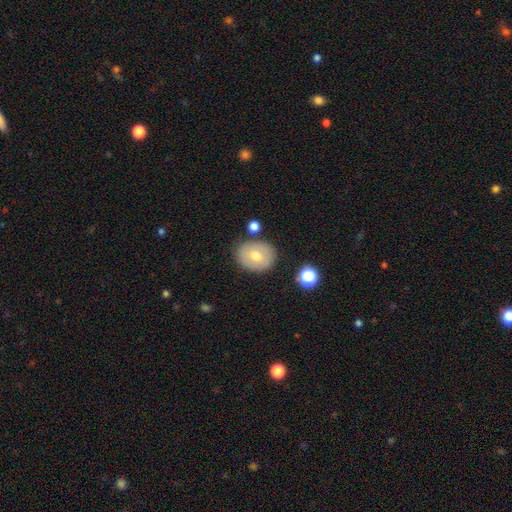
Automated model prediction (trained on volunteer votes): Q: Smooth or featured?
A: smooth (64%); runner-up: featured or disk (27%)
Q: How rounded?
A: round (57%); runner-up: in between (42%)
Q: Merging?
A: none (82%); runner-up: minor disturbance (11%)